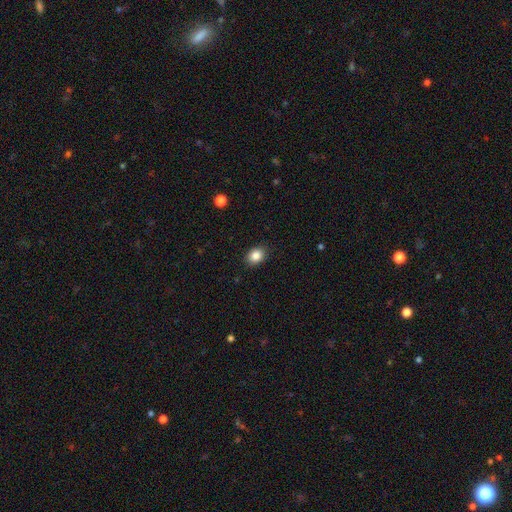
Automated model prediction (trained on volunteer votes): Smooth or featured? smooth (86%)
How rounded? in between (60%)
Merging? none (88%)